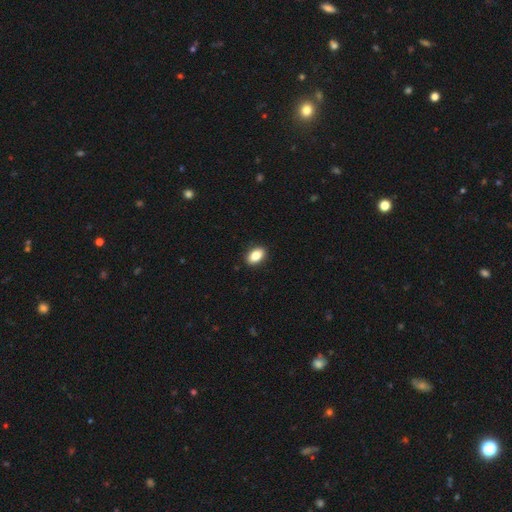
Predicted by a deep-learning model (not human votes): Morphology: type=smooth (85%); roundness=in between (88%); merging=none (90%).